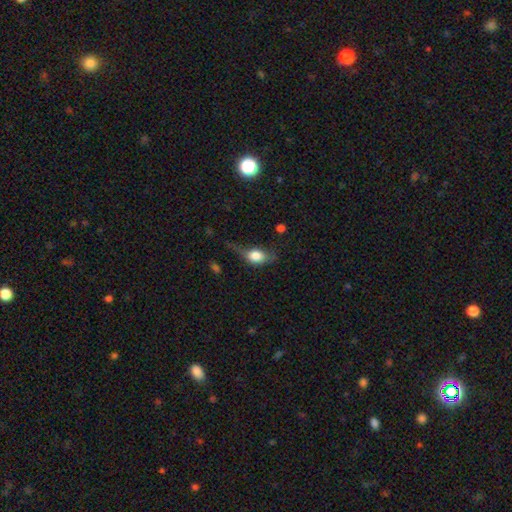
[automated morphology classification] Q: Smooth or featured?
A: smooth (69%); runner-up: featured or disk (22%)
Q: How rounded?
A: in between (74%); runner-up: round (20%)
Q: Merging?
A: none (33%); tied with: minor disturbance (33%)